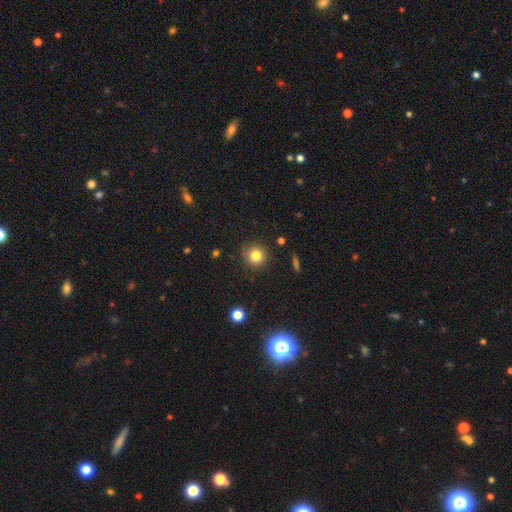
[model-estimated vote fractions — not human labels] Morphology: type=smooth (81%); roundness=round (92%); merging=none (86%).